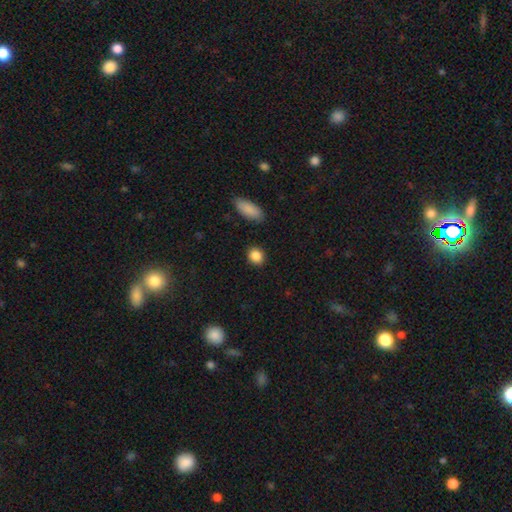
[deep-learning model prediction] Q: Smooth or featured?
A: smooth (88%); runner-up: star or artifact (8%)
Q: How rounded?
A: round (67%); runner-up: in between (32%)
Q: Merging?
A: none (88%); runner-up: minor disturbance (8%)